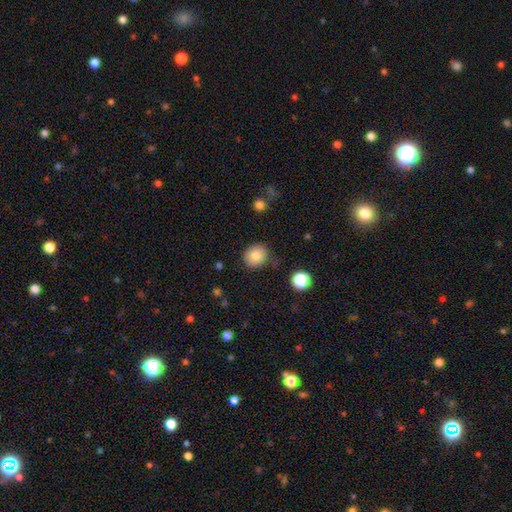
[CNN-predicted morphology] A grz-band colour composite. It shows a smooth galaxy with no disk features (80%) that is round (79%). Merging: none (82%).